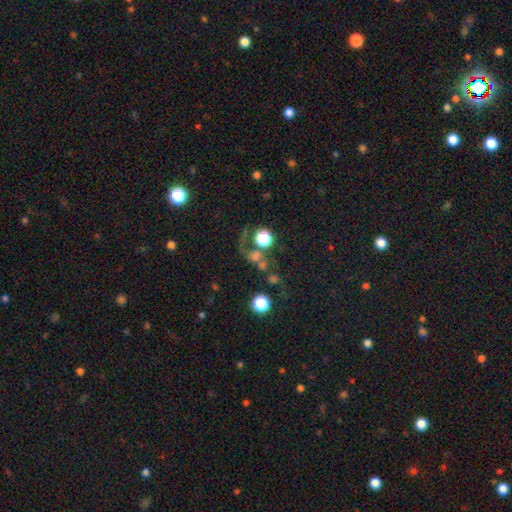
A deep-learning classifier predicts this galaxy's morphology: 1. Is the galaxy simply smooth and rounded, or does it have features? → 52% smooth, 27% star or artifact, 21% featured or disk.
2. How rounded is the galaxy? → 81% round, 17% in between, 2% cigar-shaped.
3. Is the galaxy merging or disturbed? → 37% none, 31% merger, 22% major disturbance, 11% minor disturbance.